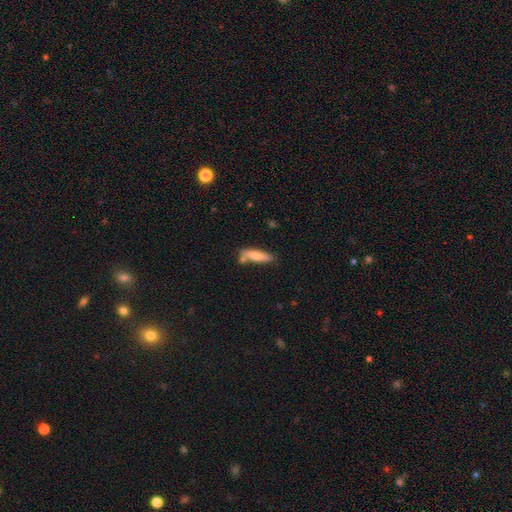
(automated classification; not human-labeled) smooth-or-featured: smooth: 78% | featured or disk: 16% | star or artifact: 6%
  how-rounded: cigar-shaped: 72% | in between: 27% | round: 2%
  merging: none: 66% | minor disturbance: 17% | merger: 13% | major disturbance: 4%